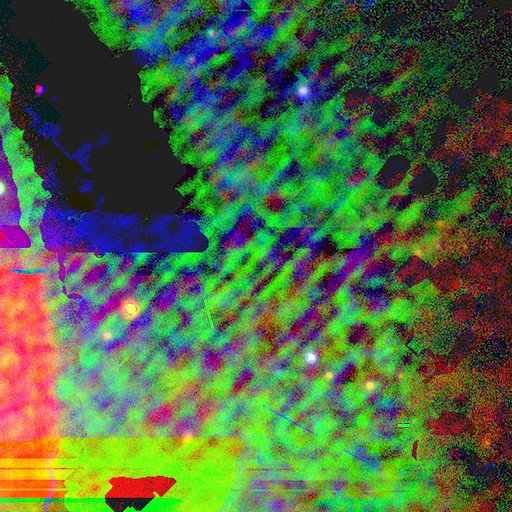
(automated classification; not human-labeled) This is clearly a star or artifact rather than a galaxy (84%).